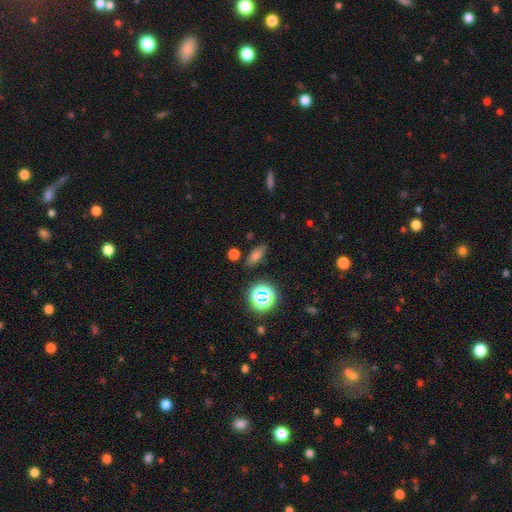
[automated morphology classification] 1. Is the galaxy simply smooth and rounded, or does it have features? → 60% smooth, 27% star or artifact, 14% featured or disk.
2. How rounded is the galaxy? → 62% in between, 23% cigar-shaped, 15% round.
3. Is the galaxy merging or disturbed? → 83% none, 11% minor disturbance, 3% merger, 3% major disturbance.